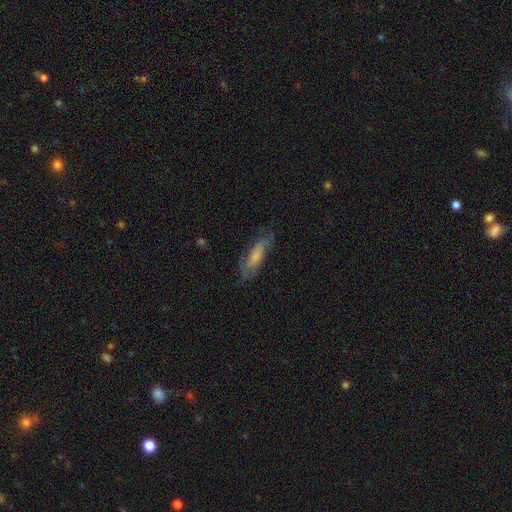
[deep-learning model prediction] Q: Smooth or featured?
A: smooth (51%); runner-up: featured or disk (42%)
Q: How rounded?
A: in between (53%); runner-up: cigar-shaped (45%)
Q: Merging?
A: none (65%); runner-up: minor disturbance (23%)